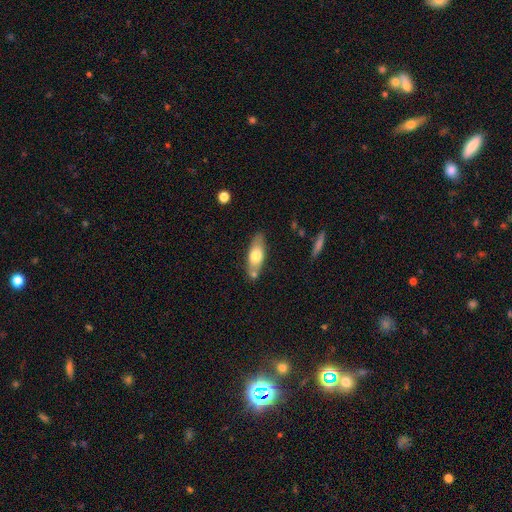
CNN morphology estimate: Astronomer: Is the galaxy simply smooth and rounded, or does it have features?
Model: smooth — 63%.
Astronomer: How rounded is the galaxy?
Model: in between — 63%.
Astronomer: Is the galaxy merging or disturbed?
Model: none — 73%.